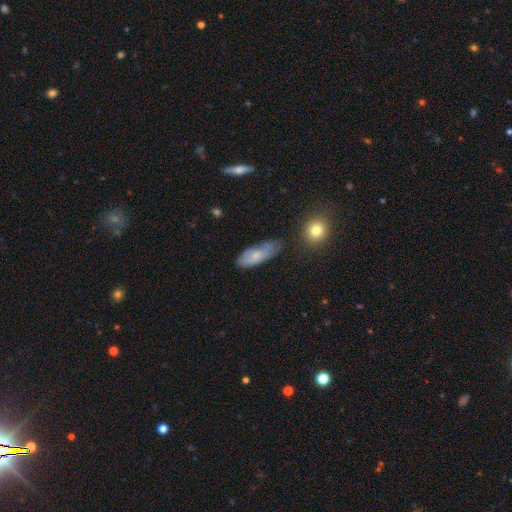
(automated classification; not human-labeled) This is likely a smooth galaxy (73%). How rounded: likely in between (73%). Merging: possibly none (48%).